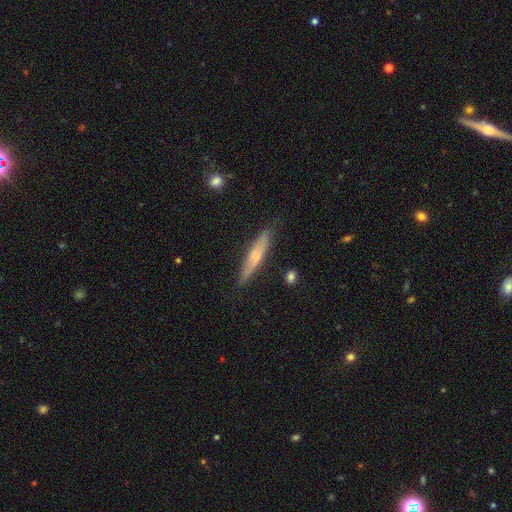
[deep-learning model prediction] Smooth or featured: smooth — 52% (featured or disk — 42%)
How rounded: cigar-shaped — 90% (in between — 9%)
Merging: none — 84% (minor disturbance — 12%)